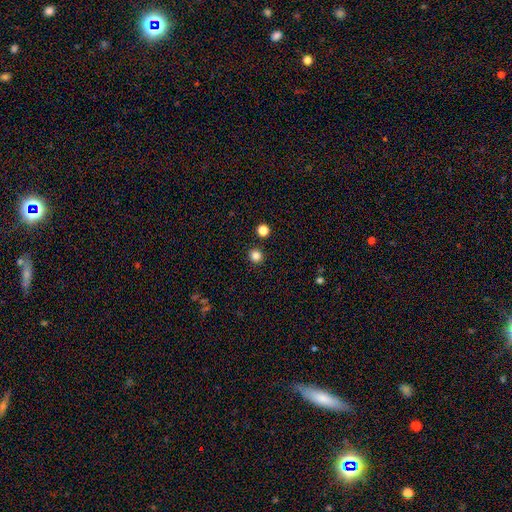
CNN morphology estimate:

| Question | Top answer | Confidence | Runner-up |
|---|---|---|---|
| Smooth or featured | smooth | 84% | star or artifact (13%) |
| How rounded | round | 93% | in between (6%) |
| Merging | none | 91% | minor disturbance (4%) |